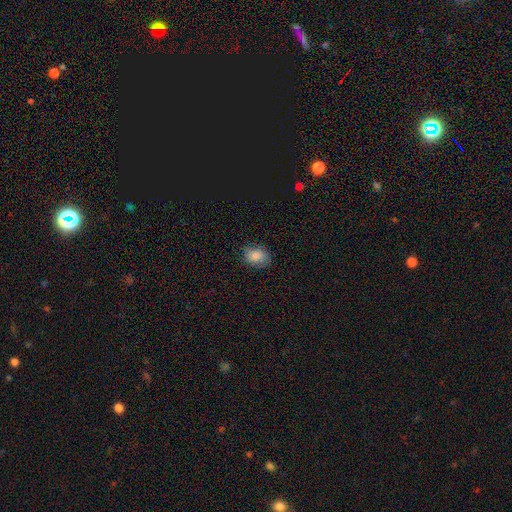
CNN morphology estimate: This appears to be a smooth galaxy with no disk features (82%) that is in between round and cigar-shaped (67%). Merging: none (73%).